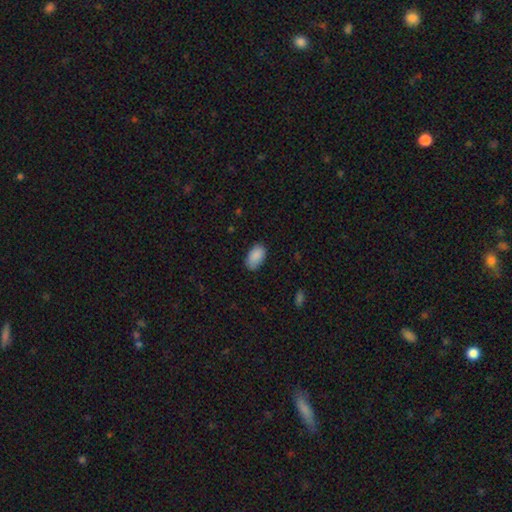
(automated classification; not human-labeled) This appears to be a smooth galaxy with no disk features (89%) that is in between round and cigar-shaped (94%). Merging: none (79%).